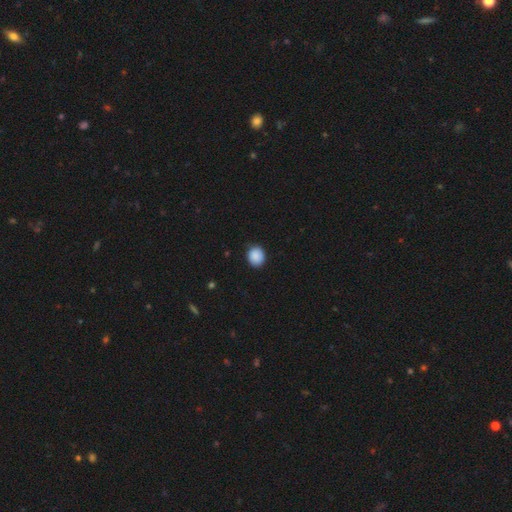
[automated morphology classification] smooth-or-featured: smooth: 89% | star or artifact: 8% | featured or disk: 3%
  how-rounded: round: 75% | in between: 24% | cigar-shaped: 1%
  merging: none: 86% | minor disturbance: 11% | major disturbance: 2% | merger: 1%